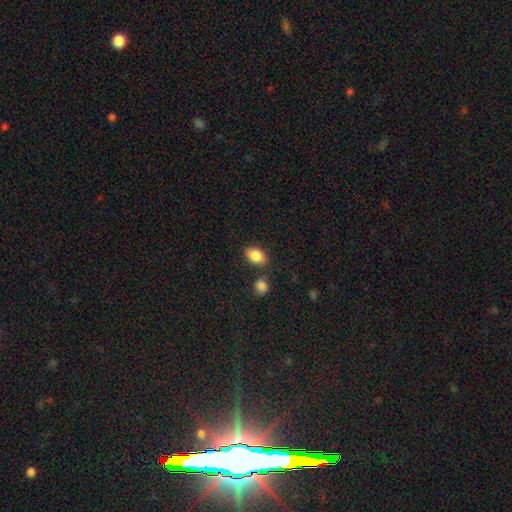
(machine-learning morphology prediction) A smooth galaxy with no disk features (85%) that is in between round and cigar-shaped (87%).

Vote fractions:
- Smooth or featured? smooth: 85% / star or artifact: 8% / featured or disk: 7%
- How rounded? in between: 87% / round: 12% / cigar-shaped: 2%
- Merging? none: 78% / minor disturbance: 12% / merger: 7% / major disturbance: 3%